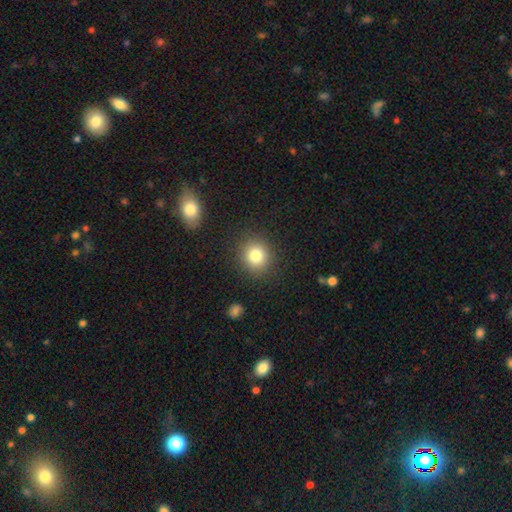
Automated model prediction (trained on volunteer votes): Overall: smooth (81%). How rounded: round (83%). Merging: none (88%).